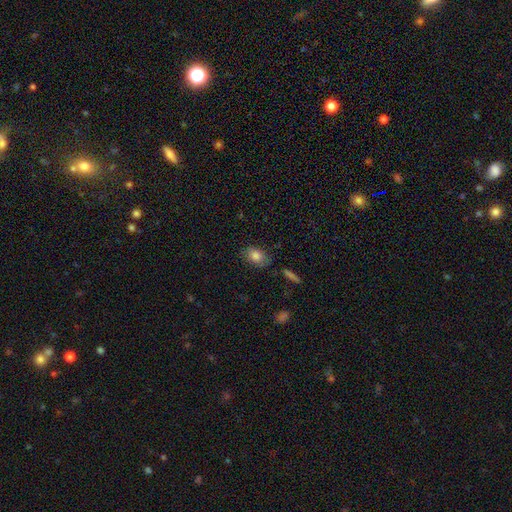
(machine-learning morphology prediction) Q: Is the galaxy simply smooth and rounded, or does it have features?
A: smooth — 81%.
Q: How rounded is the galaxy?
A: in between — 82%.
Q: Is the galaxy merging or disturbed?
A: none — 77%.